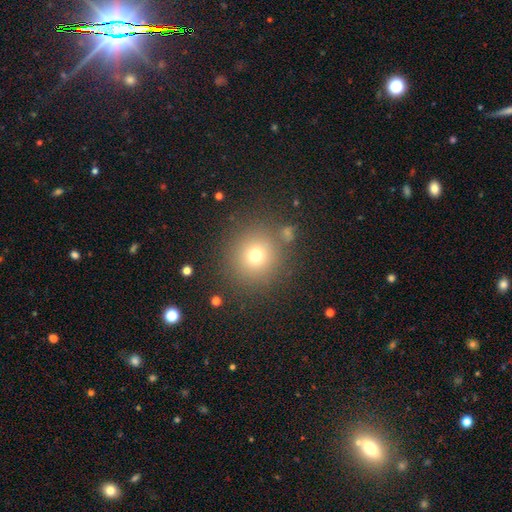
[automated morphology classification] Smooth or featured? Predicted: smooth (p=0.71). How rounded? Predicted: round (p=0.93). Merging? Predicted: none (p=0.84).